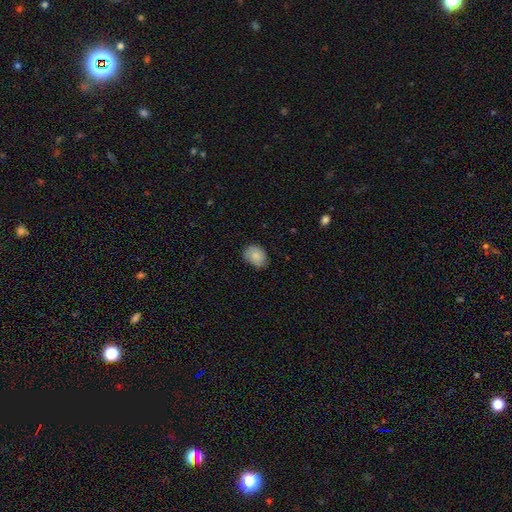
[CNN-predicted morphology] smooth-or-featured: smooth: 83% | featured or disk: 9% | star or artifact: 7%
  how-rounded: in between: 57% | round: 42% | cigar-shaped: 1%
  merging: none: 71% | minor disturbance: 24% | major disturbance: 4% | merger: 1%